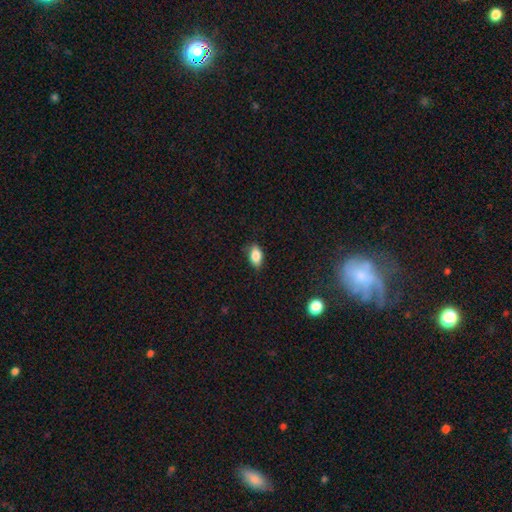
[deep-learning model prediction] Overall: smooth (83%). How rounded: in between (88%). Merging: none (78%).